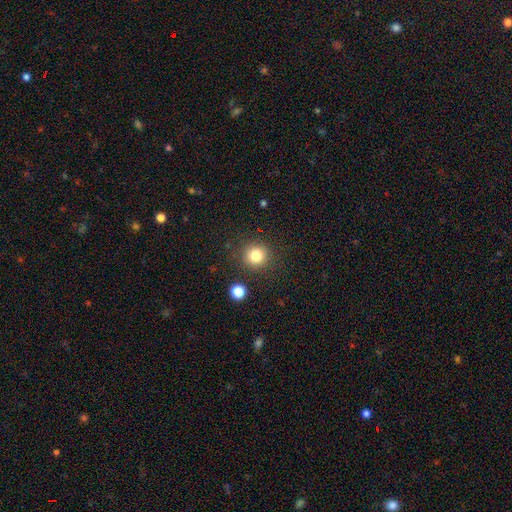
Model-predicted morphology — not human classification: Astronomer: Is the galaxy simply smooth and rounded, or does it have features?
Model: smooth — 82%.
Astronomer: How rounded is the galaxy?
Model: round — 93%.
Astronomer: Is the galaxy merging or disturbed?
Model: none — 87%.